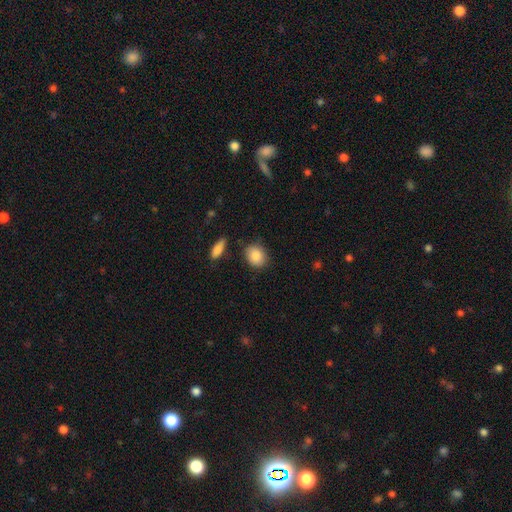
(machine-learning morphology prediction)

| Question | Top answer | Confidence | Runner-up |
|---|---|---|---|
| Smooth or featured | smooth | 88% | star or artifact (7%) |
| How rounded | in between | 59% | round (40%) |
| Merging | none | 78% | minor disturbance (15%) |